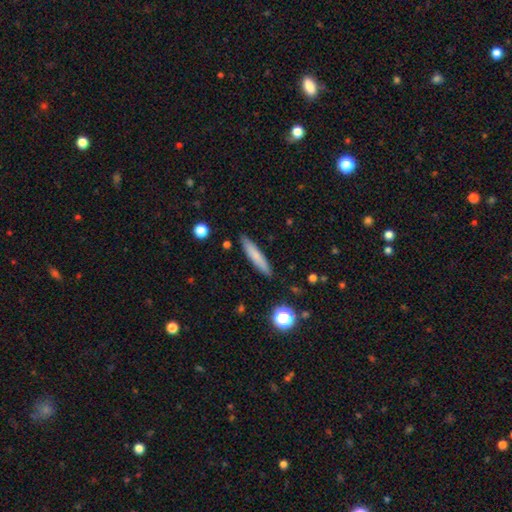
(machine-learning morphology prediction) A smooth galaxy with no disk features (74%) that is cigar-shaped (90%).

Vote fractions:
- Smooth or featured? smooth: 74% / featured or disk: 19% / star or artifact: 7%
- How rounded? cigar-shaped: 90% / in between: 9% / round: 2%
- Merging? none: 89% / minor disturbance: 8% / major disturbance: 2% / merger: 1%